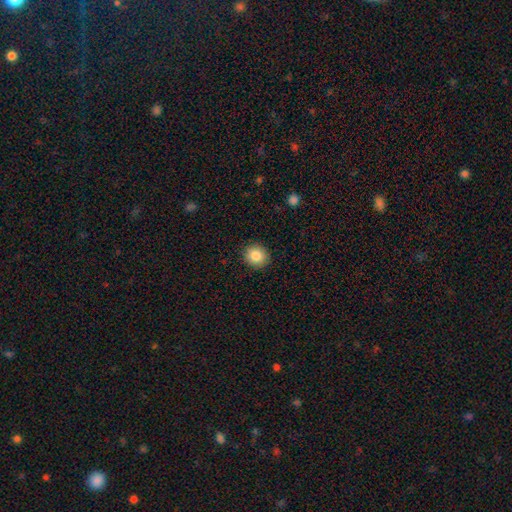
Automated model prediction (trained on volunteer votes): smooth-or-featured: smooth: 85% | star or artifact: 9% | featured or disk: 6%
  how-rounded: round: 85% | in between: 14% | cigar-shaped: 1%
  merging: none: 91% | minor disturbance: 6% | major disturbance: 2% | merger: 1%